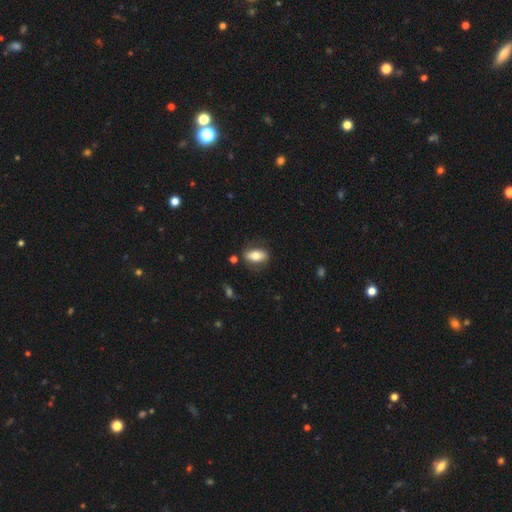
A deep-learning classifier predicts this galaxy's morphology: Smooth or featured? smooth (68%)
How rounded? in between (84%)
Merging? none (76%)